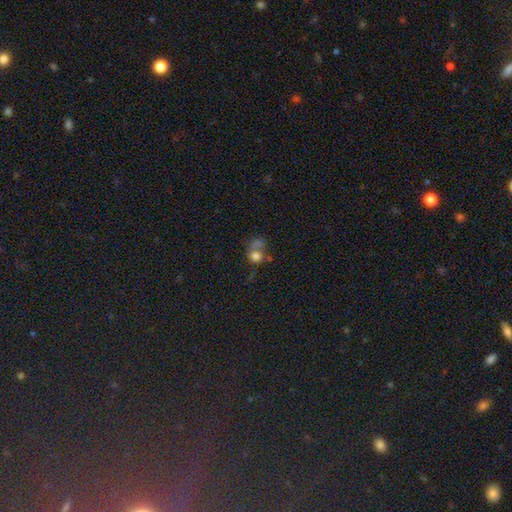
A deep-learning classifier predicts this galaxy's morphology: A smooth galaxy with no disk features (68%) that is round (71%).

Vote fractions:
- Smooth or featured? smooth: 68% / featured or disk: 17% / star or artifact: 15%
- How rounded? round: 71% / in between: 28% / cigar-shaped: 1%
- Merging? merger: 41% / none: 30% / major disturbance: 17% / minor disturbance: 12%